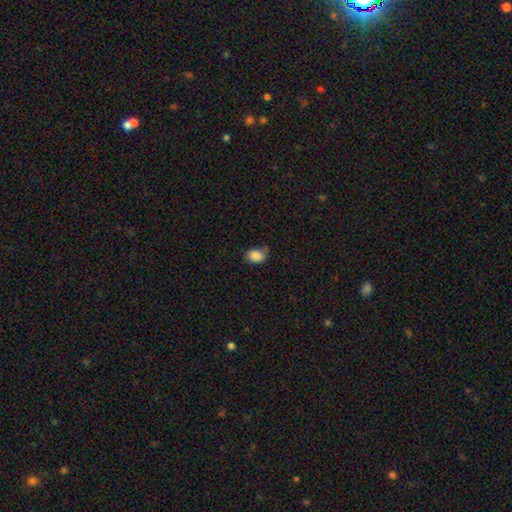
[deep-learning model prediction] Q: Smooth or featured?
A: smooth (85%); runner-up: star or artifact (9%)
Q: How rounded?
A: in between (72%); runner-up: round (27%)
Q: Merging?
A: none (65%); runner-up: minor disturbance (28%)